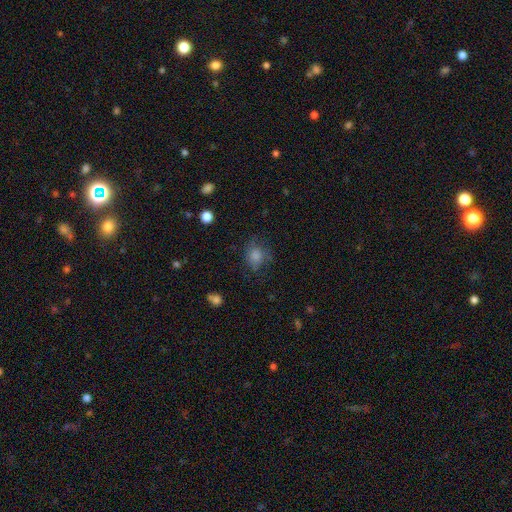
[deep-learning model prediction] Smooth or featured?
  - smooth: 78% *
  - star or artifact: 11%
  - featured or disk: 10%
How rounded?
  - round: 66% *
  - in between: 33%
  - cigar-shaped: 1%
Merging?
  - none: 61% *
  - minor disturbance: 24%
  - major disturbance: 13%
  - merger: 2%